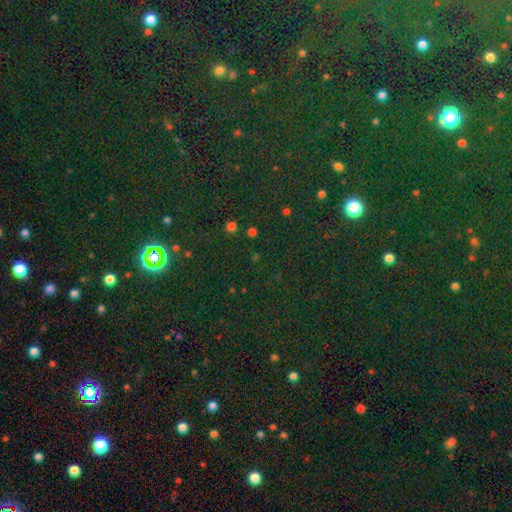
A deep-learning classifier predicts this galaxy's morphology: A star or artifact, not a galaxy (74%).